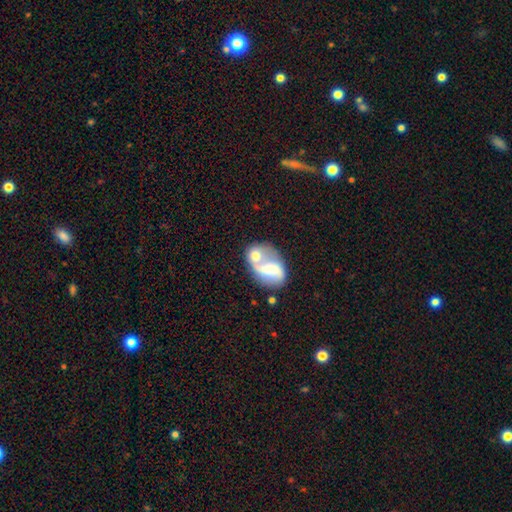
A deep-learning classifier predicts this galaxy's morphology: smooth-or-featured: featured or disk: 47% | smooth: 45% | star or artifact: 8%
  merging: merger: 55% | none: 21% | major disturbance: 13% | minor disturbance: 12%